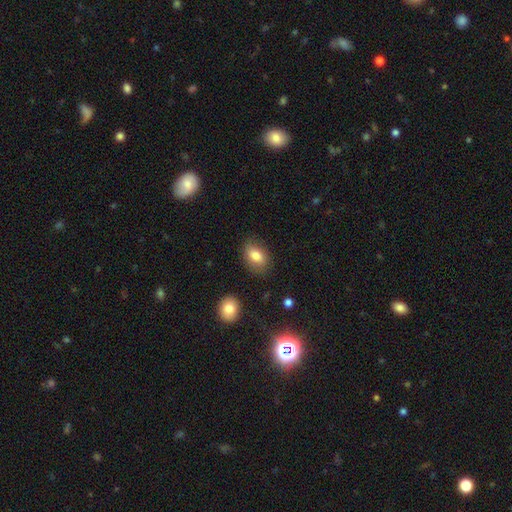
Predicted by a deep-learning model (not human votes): A smooth galaxy with no disk features (82%) that is in between round and cigar-shaped (83%). Merging: none (80%).